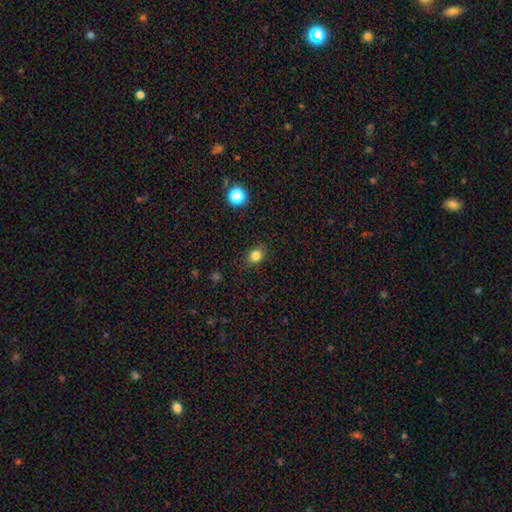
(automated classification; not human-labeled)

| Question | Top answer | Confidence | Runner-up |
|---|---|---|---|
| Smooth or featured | smooth | 83% | star or artifact (12%) |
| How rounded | round | 51% | in between (48%) |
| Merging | none | 86% | minor disturbance (10%) |